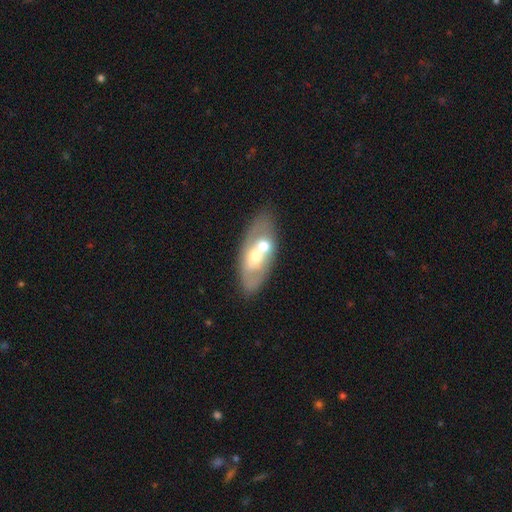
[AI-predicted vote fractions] Smooth or featured? featured or disk (51%)
Edge-on disk? no (84%)
Merging? none (53%)